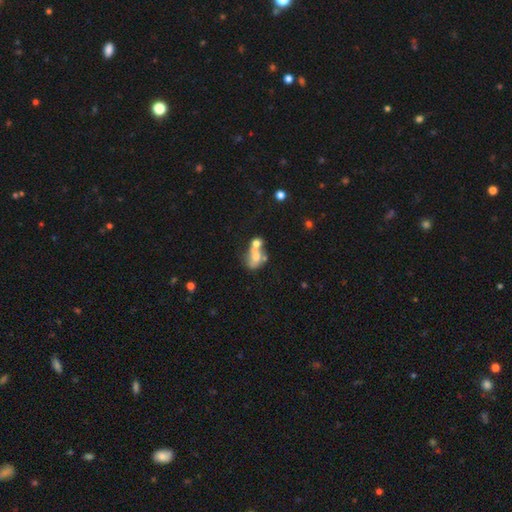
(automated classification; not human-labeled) Q: Smooth or featured?
A: smooth (53%); runner-up: featured or disk (35%)
Q: How rounded?
A: in between (68%); runner-up: round (29%)
Q: Merging?
A: merger (60%); runner-up: none (21%)